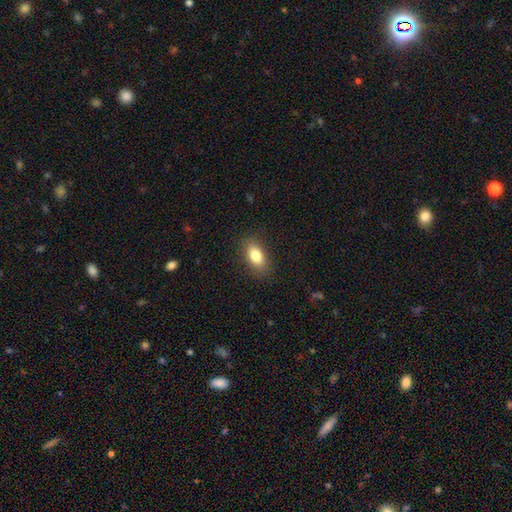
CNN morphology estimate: A smooth galaxy with no disk features (82%) that is in between round and cigar-shaped (86%).

Vote fractions:
- Smooth or featured? smooth: 82% / featured or disk: 10% / star or artifact: 8%
- How rounded? in between: 86% / cigar-shaped: 8% / round: 6%
- Merging? none: 86% / minor disturbance: 10% / major disturbance: 3% / merger: 1%